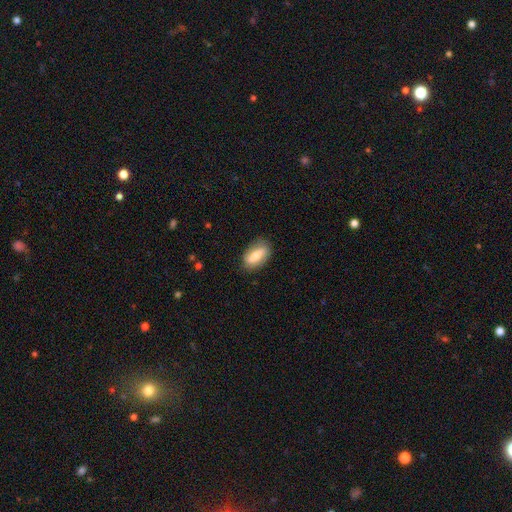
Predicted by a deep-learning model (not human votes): This appears to be a smooth galaxy with no disk features (59%) that is in between round and cigar-shaped (84%). Merging: none (82%).